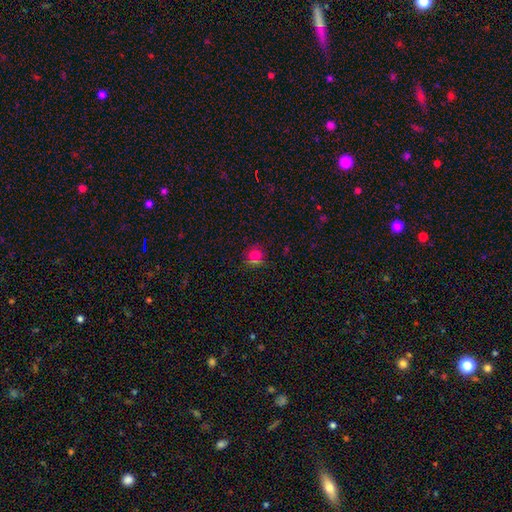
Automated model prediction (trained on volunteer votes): This is likely a smooth galaxy (69%). How rounded: clearly round (89%). Merging: likely none (80%).